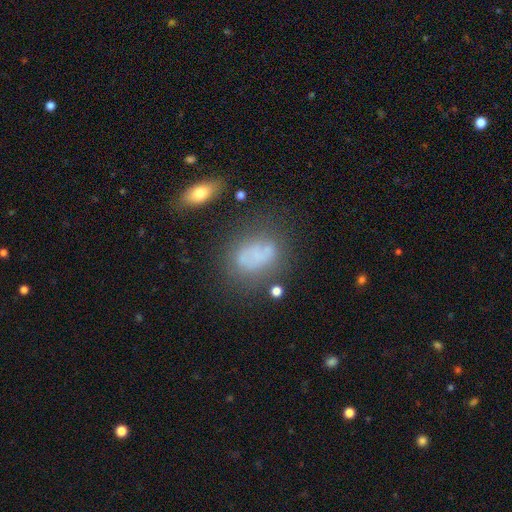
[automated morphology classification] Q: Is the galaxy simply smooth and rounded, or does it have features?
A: smooth — 56%.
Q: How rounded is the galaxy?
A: in between — 73%.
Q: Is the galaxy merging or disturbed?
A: none — 49%.